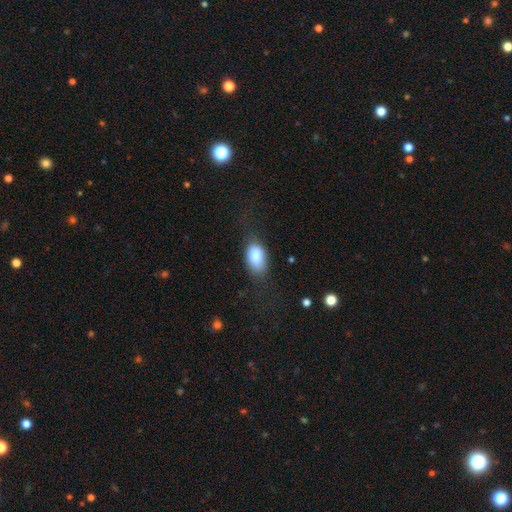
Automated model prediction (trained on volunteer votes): Smooth or featured? Predicted: smooth (p=0.85). How rounded? Predicted: in between (p=0.90). Merging? Predicted: none (p=0.61).